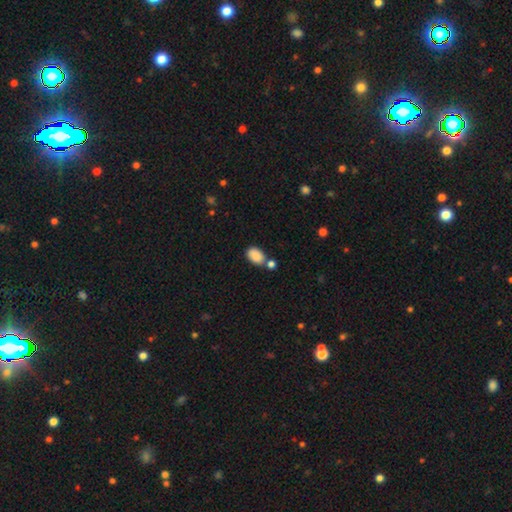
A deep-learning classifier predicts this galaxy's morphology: Smooth or featured? Predicted: smooth (p=0.88). How rounded? Predicted: in between (p=0.89). Merging? Predicted: none (p=0.63).